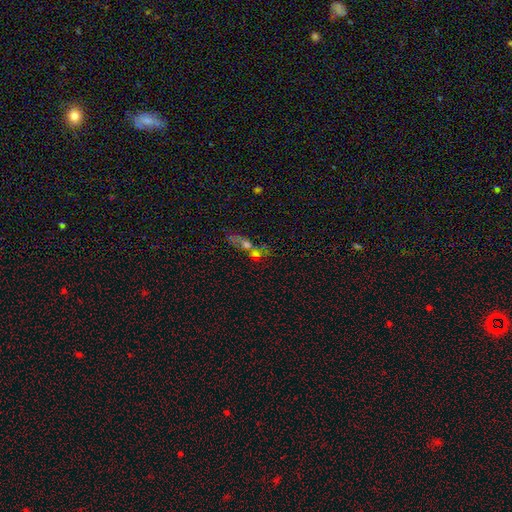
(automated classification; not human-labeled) Smooth or featured? Predicted: smooth (p=0.42). Merging? Predicted: merger (p=0.50).